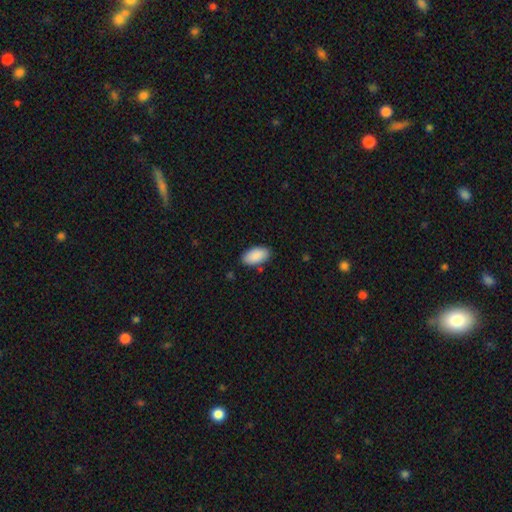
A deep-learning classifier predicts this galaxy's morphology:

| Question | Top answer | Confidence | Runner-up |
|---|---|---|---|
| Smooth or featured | smooth | 90% | star or artifact (6%) |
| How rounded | in between | 95% | cigar-shaped (3%) |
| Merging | none | 84% | minor disturbance (12%) |